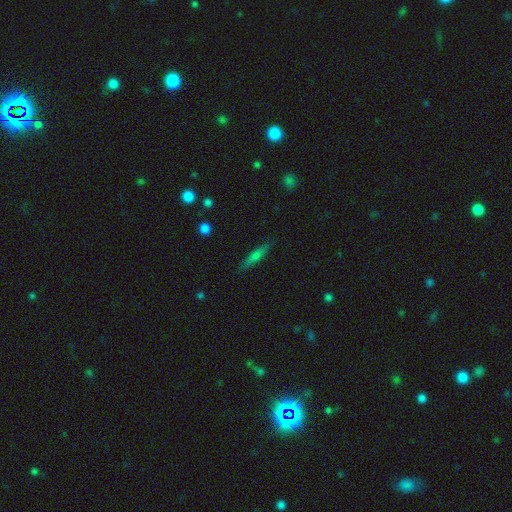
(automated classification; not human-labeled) smooth_or_featured: smooth (p=0.47) [alt: featured or disk p=0.43]
merging: none (p=0.89) [alt: minor disturbance p=0.08]